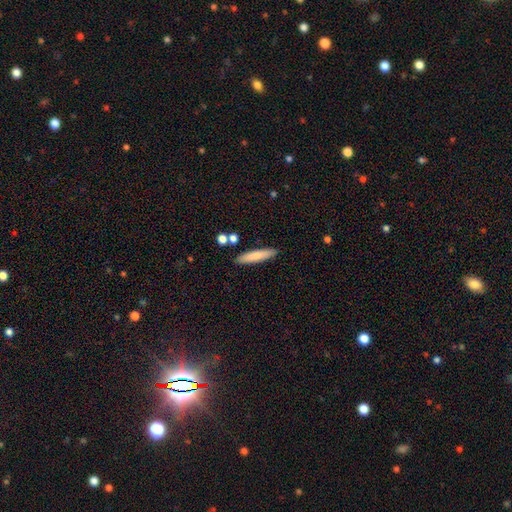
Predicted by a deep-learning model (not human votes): This appears to be a smooth galaxy with no disk features (80%) that is cigar-shaped (85%). Merging: none (87%).